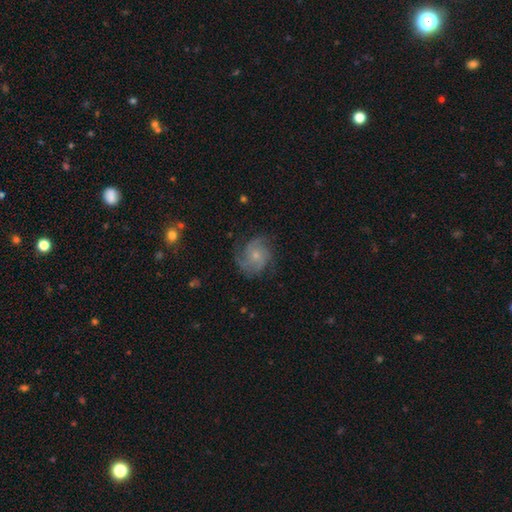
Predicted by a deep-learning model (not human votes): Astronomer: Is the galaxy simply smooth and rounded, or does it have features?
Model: featured or disk — 77%.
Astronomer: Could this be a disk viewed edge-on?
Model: no — 98%.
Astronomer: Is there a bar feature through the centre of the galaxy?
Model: no — 77%.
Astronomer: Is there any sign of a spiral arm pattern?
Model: yes — 95%.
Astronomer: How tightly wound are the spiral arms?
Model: medium — 44% (runner-up: tight, 42%).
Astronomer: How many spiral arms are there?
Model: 3 — 41% (runner-up: can't tell, 18%).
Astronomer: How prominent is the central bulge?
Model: small — 65%.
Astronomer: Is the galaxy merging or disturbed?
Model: none — 72%.